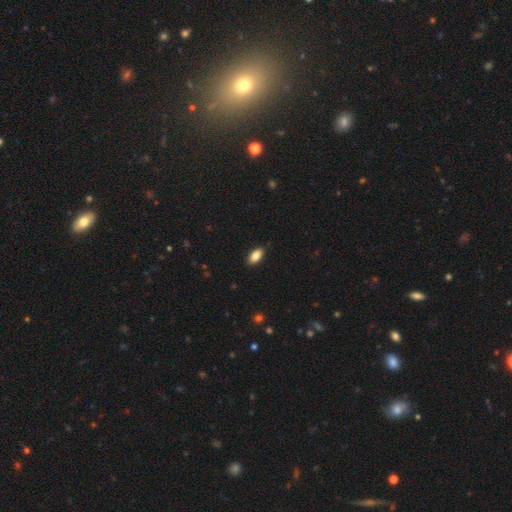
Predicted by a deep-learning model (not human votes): smooth 87%, star or artifact 8%, featured or disk 6%. Down the decision tree: how rounded — in between (92%); merging — none (87%).